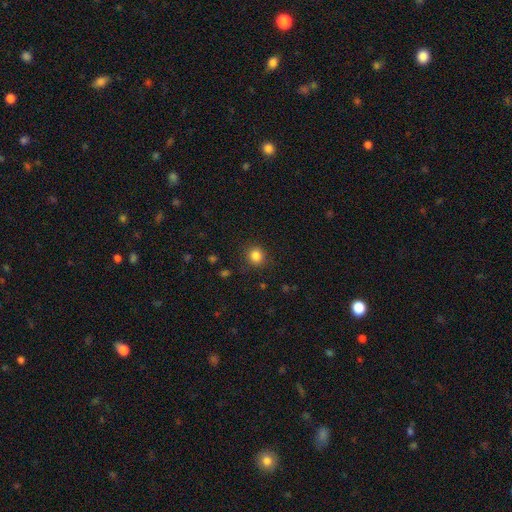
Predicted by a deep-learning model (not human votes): A smooth galaxy with no disk features (85%) that is round (86%).

Vote fractions:
- Smooth or featured? smooth: 85% / star or artifact: 11% / featured or disk: 4%
- How rounded? round: 86% / in between: 13% / cigar-shaped: 1%
- Merging? none: 87% / minor disturbance: 9% / major disturbance: 3% / merger: 1%